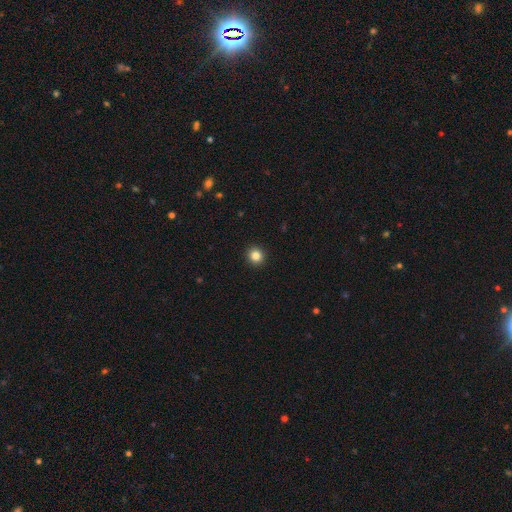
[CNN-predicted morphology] Smooth or featured: smooth — 84% (star or artifact — 11%)
How rounded: round — 92% (in between — 7%)
Merging: none — 93% (minor disturbance — 4%)